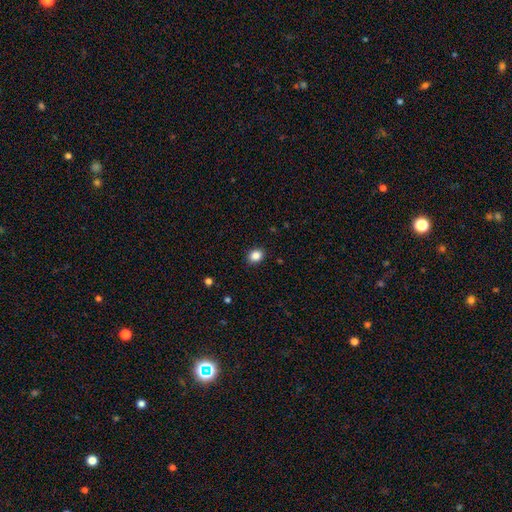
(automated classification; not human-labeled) Morphology: type=smooth (86%); roundness=round (60%); merging=none (90%).